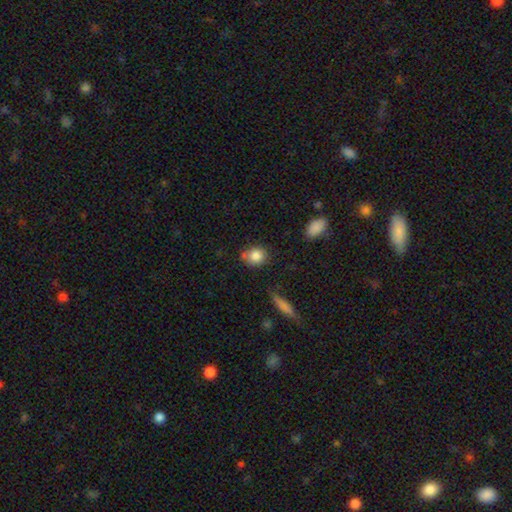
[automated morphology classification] type=smooth (84%); roundness=round (76%); merging=none (69%).